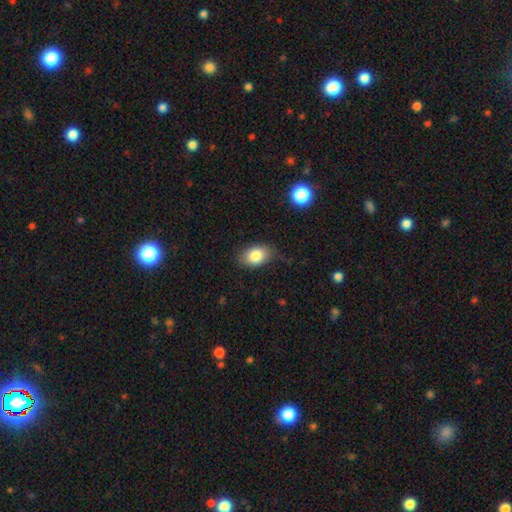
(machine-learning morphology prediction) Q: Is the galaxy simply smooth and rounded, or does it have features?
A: smooth — 83%.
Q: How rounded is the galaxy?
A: in between — 78%.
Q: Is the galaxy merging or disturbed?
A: none — 73%.